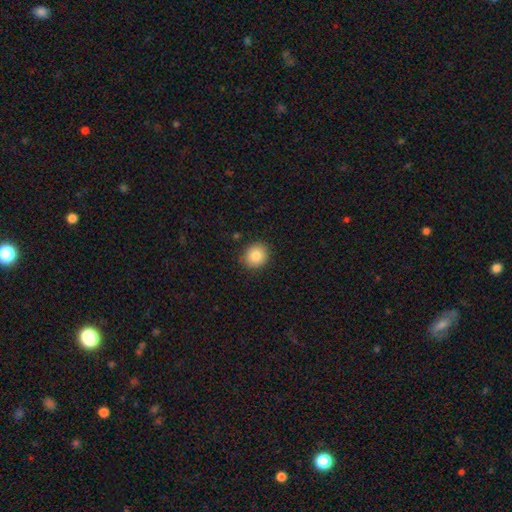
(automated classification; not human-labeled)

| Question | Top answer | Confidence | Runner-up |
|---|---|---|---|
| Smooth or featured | smooth | 85% | star or artifact (9%) |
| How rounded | round | 86% | in between (13%) |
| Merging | none | 89% | minor disturbance (8%) |